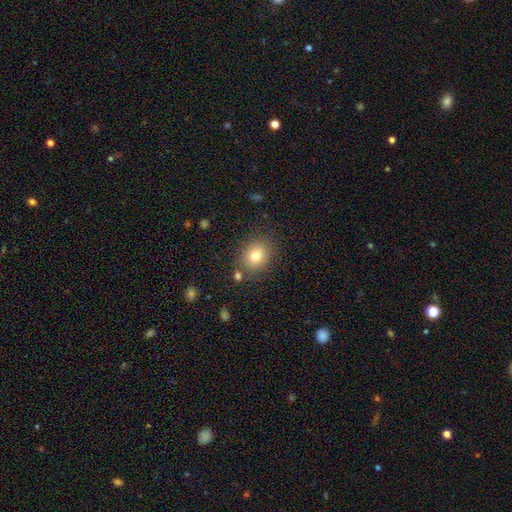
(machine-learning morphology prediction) Q: Smooth or featured?
A: smooth (79%); runner-up: star or artifact (11%)
Q: How rounded?
A: round (60%); runner-up: in between (39%)
Q: Merging?
A: none (81%); runner-up: minor disturbance (11%)